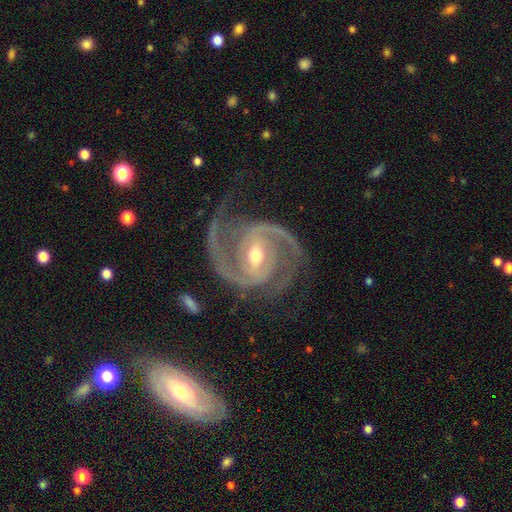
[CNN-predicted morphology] smooth_or_featured: featured or disk (p=0.94) [alt: star or artifact p=0.04]
disk_edge_on: no (p=0.98) [alt: yes p=0.02]
bar: weak (p=0.45) [alt: strong p=0.35]
has_spiral_arms: yes (p=0.99) [alt: no p=0.01]
spiral_winding: medium (p=0.57) [alt: tight p=0.31]
spiral_arm_count: 2 (p=0.89) [alt: 3 p=0.04]
bulge_size: moderate (p=0.58) [alt: small p=0.38]
merging: none (p=0.73) [alt: minor disturbance p=0.16]